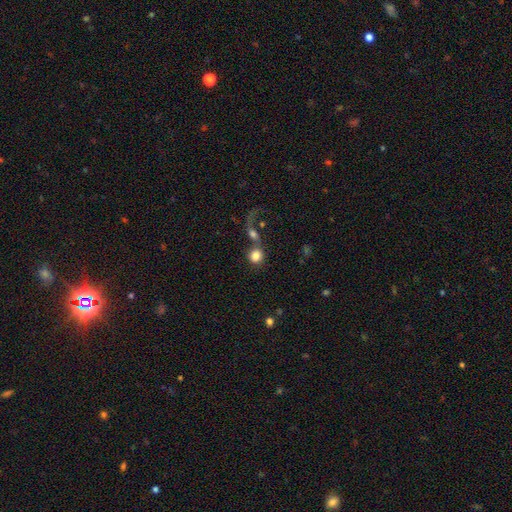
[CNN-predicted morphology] Smooth or featured? Predicted: smooth (p=0.79). How rounded? Predicted: round (p=0.83). Merging? Predicted: merger (p=0.48).